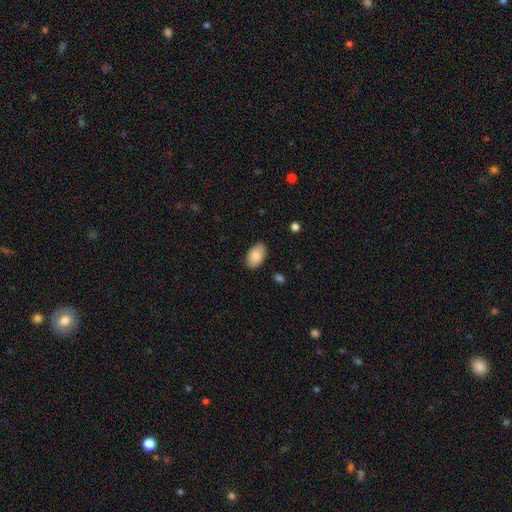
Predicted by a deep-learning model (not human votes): Overall: smooth (87%). How rounded: in between (93%). Merging: none (84%).